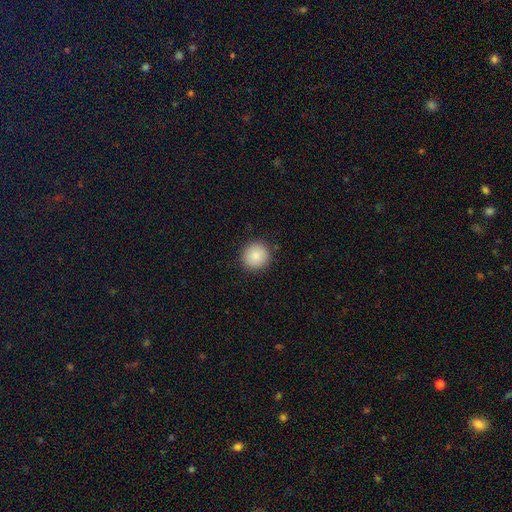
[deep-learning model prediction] Smooth or featured?
  - smooth: 87% *
  - star or artifact: 8%
  - featured or disk: 5%
How rounded?
  - round: 94% *
  - in between: 6%
  - cigar-shaped: 1%
Merging?
  - none: 91% *
  - minor disturbance: 7%
  - major disturbance: 2%
  - merger: 1%